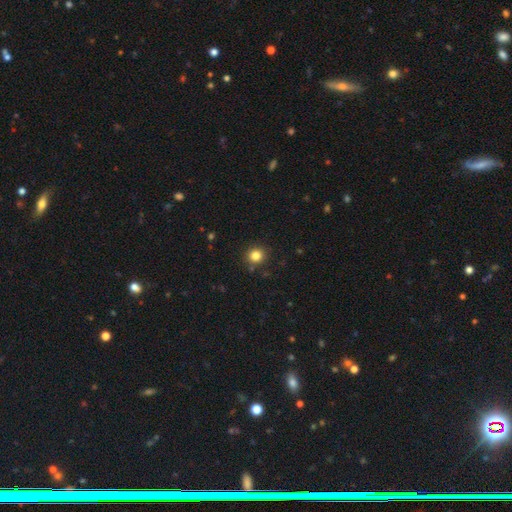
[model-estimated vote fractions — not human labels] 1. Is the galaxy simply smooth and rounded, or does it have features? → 83% smooth, 12% star or artifact, 5% featured or disk.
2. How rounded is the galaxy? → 89% round, 10% in between, 1% cigar-shaped.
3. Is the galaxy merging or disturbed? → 89% none, 7% minor disturbance, 2% major disturbance, 2% merger.